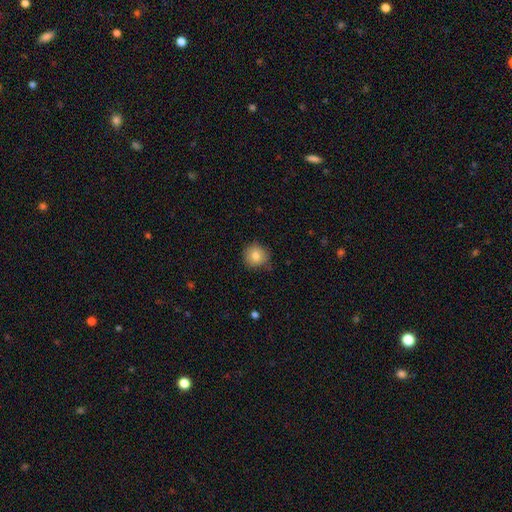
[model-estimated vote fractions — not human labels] The model was most divided on "merging": none: 82%, minor disturbance: 14%, major disturbance: 3%, merger: 1%. More confident: how rounded — round (92%); smooth or featured — smooth (82%).